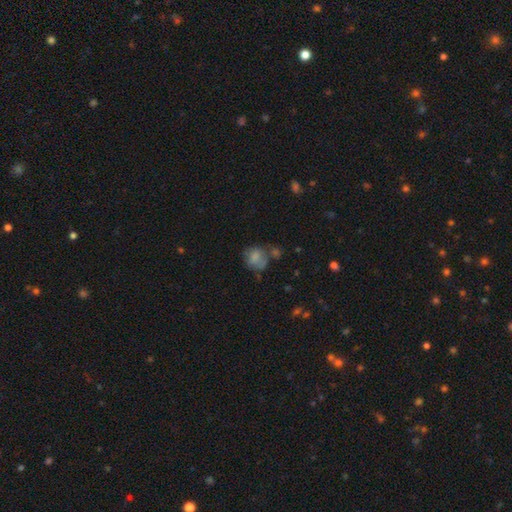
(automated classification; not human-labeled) This is possibly a smooth galaxy (58%). How rounded: likely round (67%). Merging: possibly none (47%).